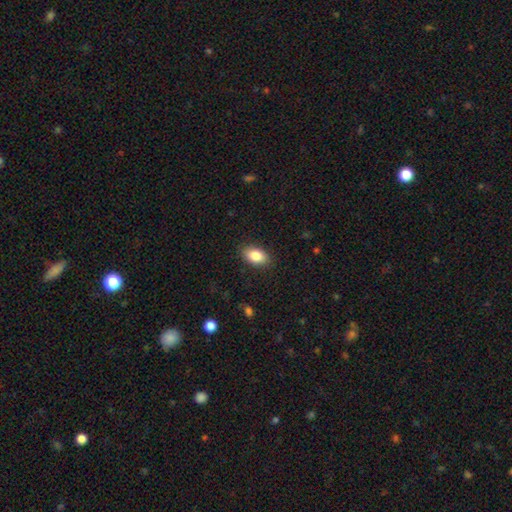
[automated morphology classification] This appears to be a smooth galaxy with no disk features (86%) that is in between round and cigar-shaped (91%). Merging: none (88%).